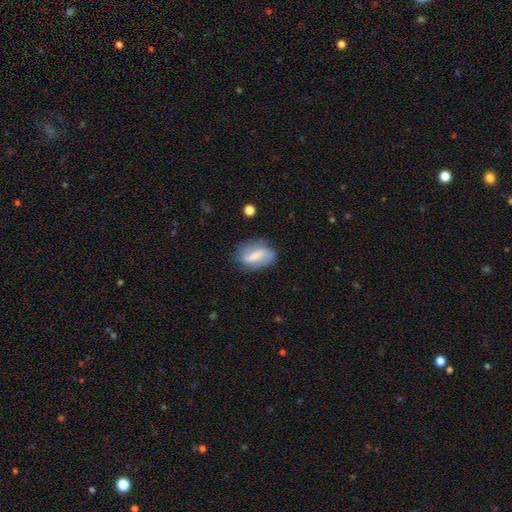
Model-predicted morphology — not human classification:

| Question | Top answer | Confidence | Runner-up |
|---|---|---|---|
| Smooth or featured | smooth | 50% | featured or disk (42%) |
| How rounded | in between | 81% | cigar-shaped (10%) |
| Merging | none | 69% | minor disturbance (21%) |